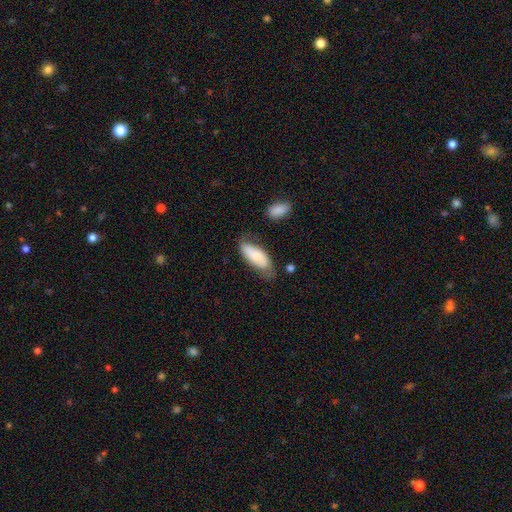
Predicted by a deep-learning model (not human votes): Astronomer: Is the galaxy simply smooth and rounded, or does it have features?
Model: smooth — 70%.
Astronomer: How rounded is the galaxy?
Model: in between — 80%.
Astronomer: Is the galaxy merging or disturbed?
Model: none — 51% (runner-up: minor disturbance, 33%).